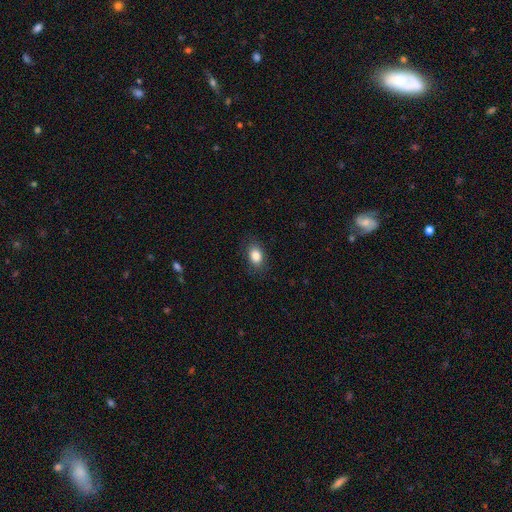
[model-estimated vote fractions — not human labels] smooth 86%, star or artifact 9%, featured or disk 6%. Down the decision tree: how rounded — in between (80%); merging — none (85%).